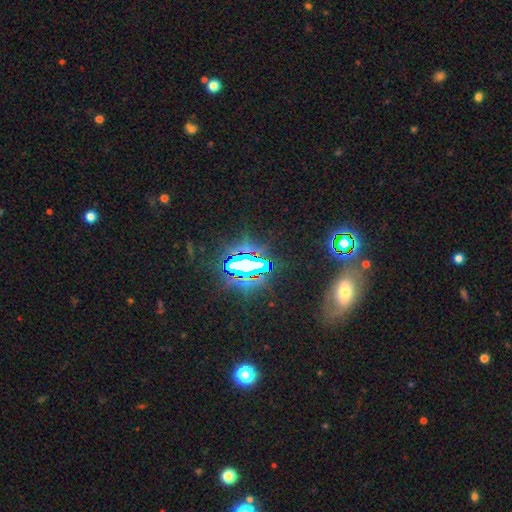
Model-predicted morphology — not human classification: The model was most divided on "smooth or featured": star or artifact: 77%, smooth: 13%, featured or disk: 10%.